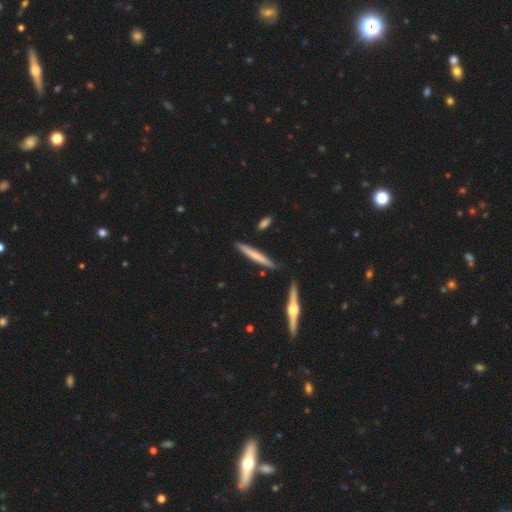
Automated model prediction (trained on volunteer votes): The model was most divided on "smooth or featured": smooth: 55%, featured or disk: 39%, star or artifact: 6%. More confident: how rounded — cigar-shaped (95%); merging — none (84%).